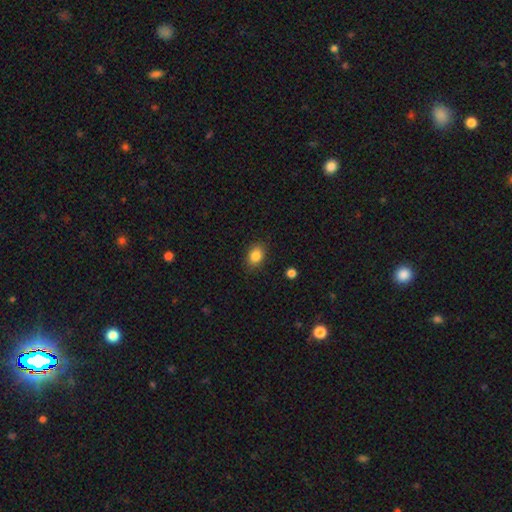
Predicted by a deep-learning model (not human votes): smooth_or_featured: smooth (p=0.86) [alt: star or artifact p=0.09]
how_rounded: in between (p=0.72) [alt: round p=0.27]
merging: none (p=0.86) [alt: minor disturbance p=0.10]